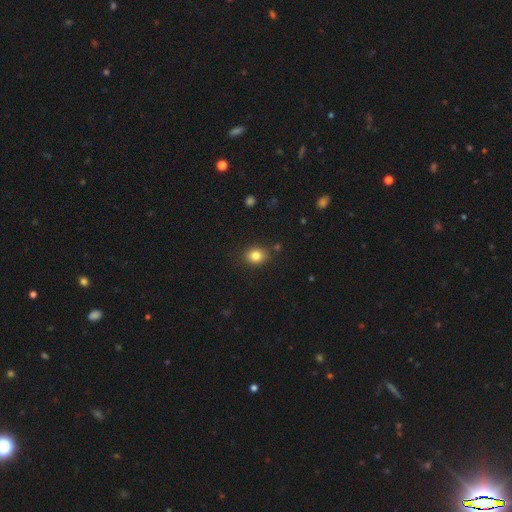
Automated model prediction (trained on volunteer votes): A smooth galaxy with no disk features (83%) that is round (58%).

Vote fractions:
- Smooth or featured? smooth: 83% / star or artifact: 11% / featured or disk: 6%
- How rounded? round: 58% / in between: 41% / cigar-shaped: 1%
- Merging? none: 85% / minor disturbance: 10% / merger: 3% / major disturbance: 3%